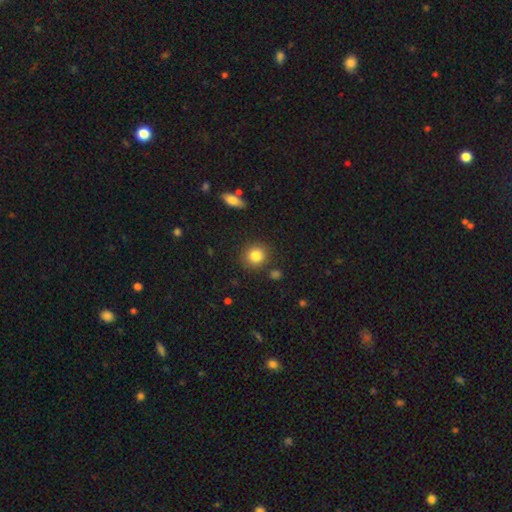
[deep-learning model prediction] This appears to be a smooth galaxy with no disk features (84%) that is round (84%). Merging: none (85%).